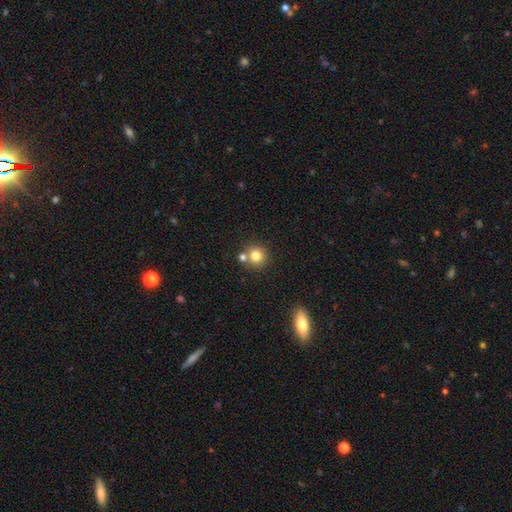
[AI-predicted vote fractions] Overall: smooth (80%). How rounded: round (92%). Merging: none (70%).